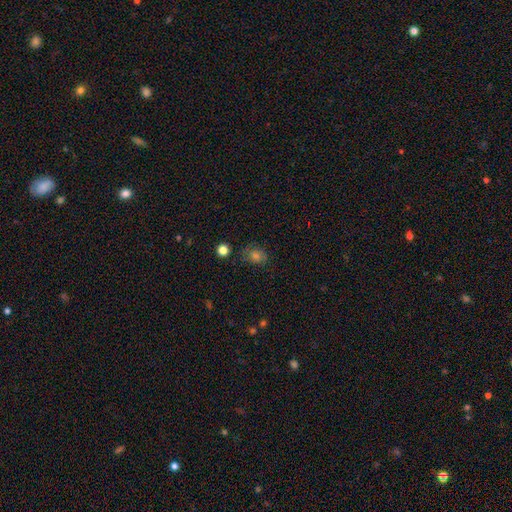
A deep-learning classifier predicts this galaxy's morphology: smooth 57%, star or artifact 26%, featured or disk 17%. Down the decision tree: how rounded — round (55%); merging — none (73%).